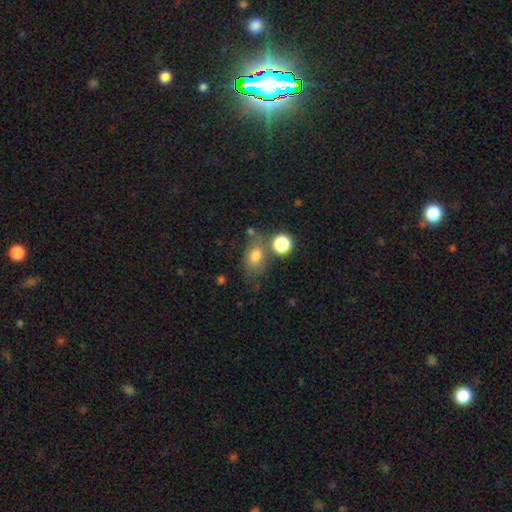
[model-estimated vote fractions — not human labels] Smooth or featured? Predicted: smooth (p=0.75). How rounded? Predicted: in between (p=0.72). Merging? Predicted: none (p=0.56).